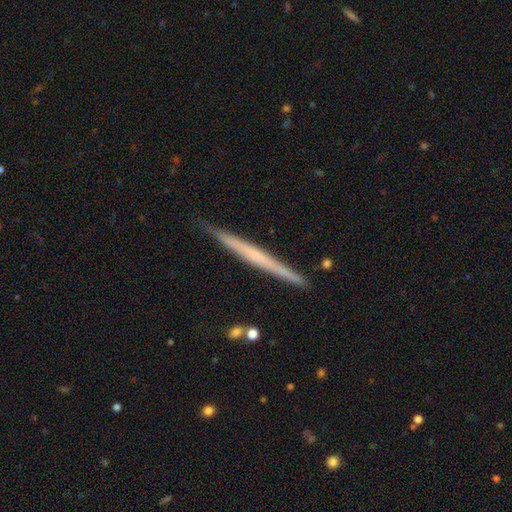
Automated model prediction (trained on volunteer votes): Smooth or featured? featured or disk (59%)
Edge-on disk? yes (98%)
Edge-on bulge? none (80%)
Merging? none (88%)